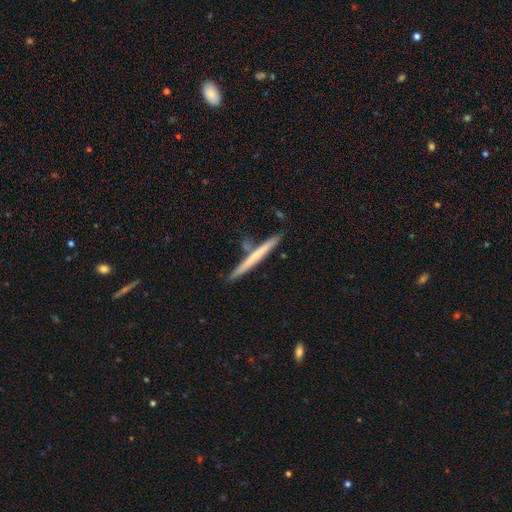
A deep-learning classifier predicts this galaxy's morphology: Smooth or featured?
  - smooth: 52% *
  - featured or disk: 42%
  - star or artifact: 6%
How rounded?
  - cigar-shaped: 97% *
  - in between: 2%
  - round: 1%
Merging?
  - none: 80% *
  - minor disturbance: 10%
  - merger: 8%
  - major disturbance: 2%